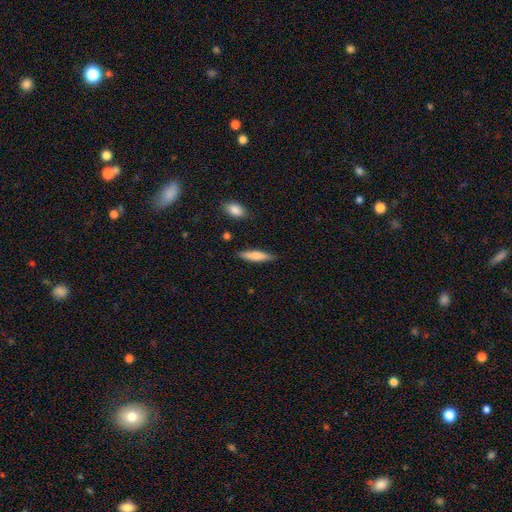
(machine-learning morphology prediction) A smooth galaxy with no disk features (75%) that is cigar-shaped (74%).

Vote fractions:
- Smooth or featured? smooth: 75% / featured or disk: 19% / star or artifact: 6%
- How rounded? cigar-shaped: 74% / in between: 25% / round: 2%
- Merging? none: 85% / minor disturbance: 10% / major disturbance: 2% / merger: 2%